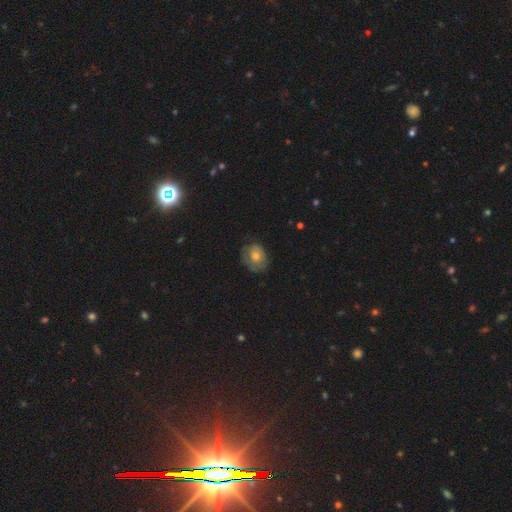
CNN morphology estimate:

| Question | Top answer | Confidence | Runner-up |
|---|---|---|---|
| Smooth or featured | smooth | 55% | featured or disk (35%) |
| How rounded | round | 58% | in between (41%) |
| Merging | none | 65% | minor disturbance (25%) |